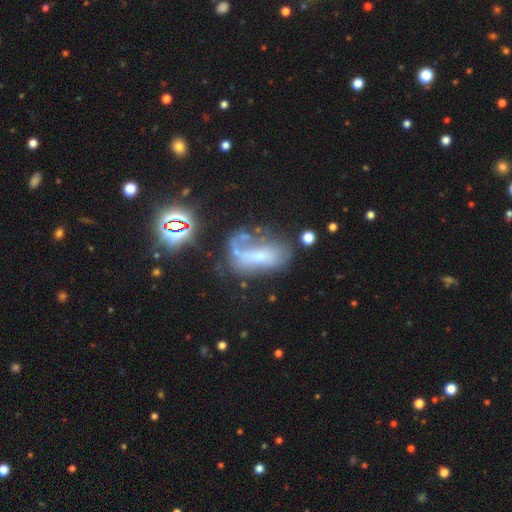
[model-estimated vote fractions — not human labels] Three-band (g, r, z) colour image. It shows a featured or disk galaxy (47%). Merging: major disturbance (35%).